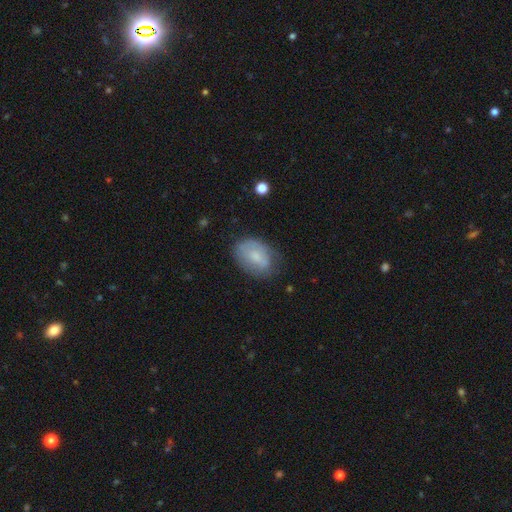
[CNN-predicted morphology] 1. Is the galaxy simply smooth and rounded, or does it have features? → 65% smooth, 27% featured or disk, 8% star or artifact.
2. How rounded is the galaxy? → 83% in between, 16% round, 1% cigar-shaped.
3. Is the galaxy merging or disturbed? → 63% none, 26% minor disturbance, 9% major disturbance, 2% merger.